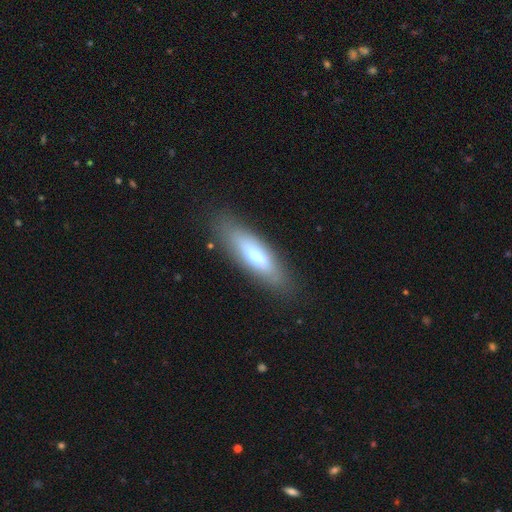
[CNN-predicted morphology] Smooth or featured?
  - smooth: 67% *
  - featured or disk: 26%
  - star or artifact: 7%
How rounded?
  - cigar-shaped: 52% *
  - in between: 46%
  - round: 2%
Merging?
  - none: 81% *
  - minor disturbance: 13%
  - major disturbance: 4%
  - merger: 1%